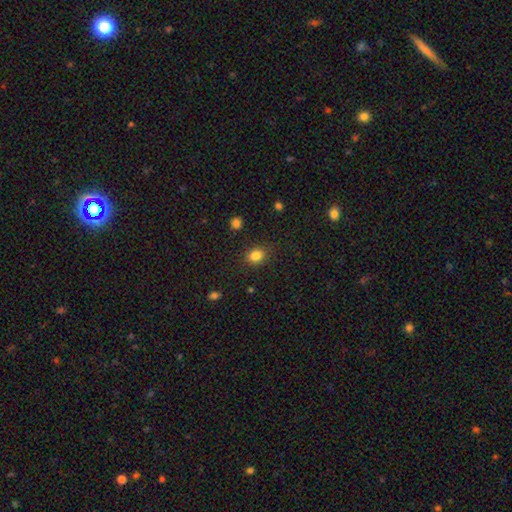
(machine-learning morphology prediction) This appears to be a smooth galaxy with no disk features (84%) that is round (52%). Merging: none (85%).